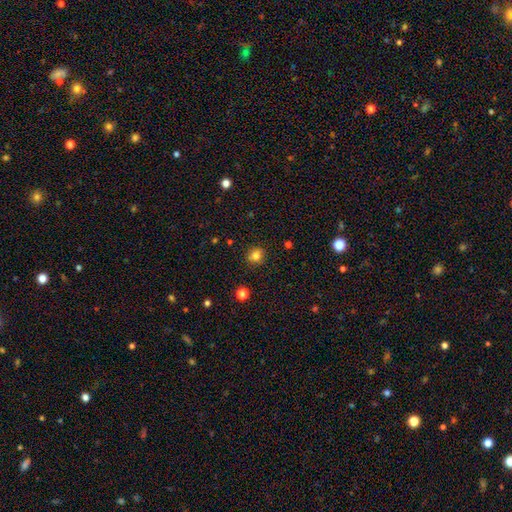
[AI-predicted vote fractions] Smooth or featured: smooth — 79% (star or artifact — 14%)
How rounded: round — 84% (in between — 15%)
Merging: none — 85% (minor disturbance — 10%)